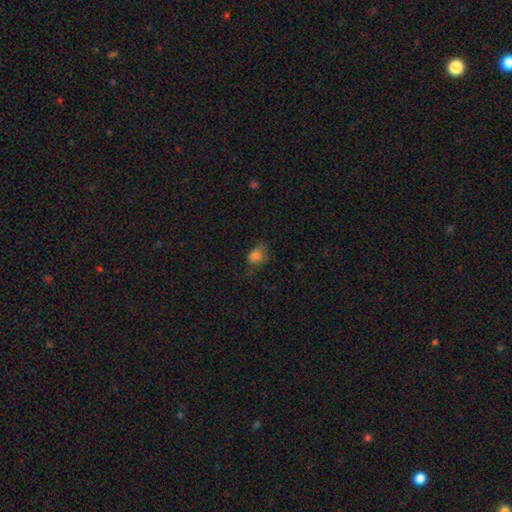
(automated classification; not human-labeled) smooth 77%, star or artifact 13%, featured or disk 9%. Down the decision tree: how rounded — in between (61%); merging — none (46%).